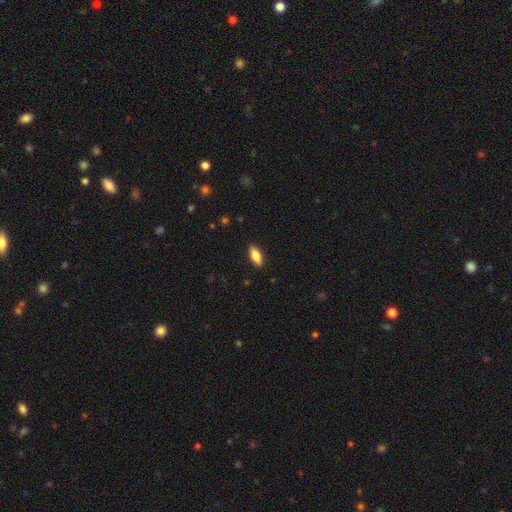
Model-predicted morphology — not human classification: Smooth or featured: smooth — 82% (featured or disk — 12%)
How rounded: in between — 80% (cigar-shaped — 18%)
Merging: none — 89% (minor disturbance — 8%)